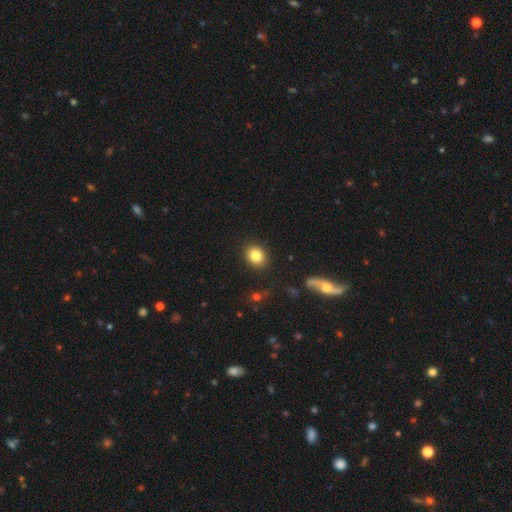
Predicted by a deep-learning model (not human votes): Smooth or featured? Predicted: smooth (p=0.83). How rounded? Predicted: round (p=0.59). Merging? Predicted: none (p=0.88).